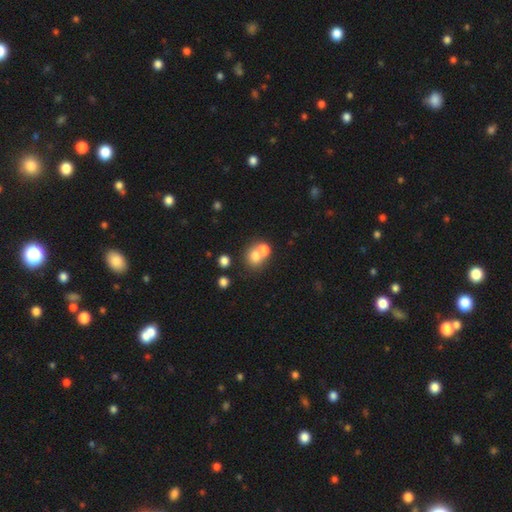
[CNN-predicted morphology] smooth 71%, featured or disk 16%, star or artifact 12%. Down the decision tree: how rounded — round (73%); merging — merger (57%).